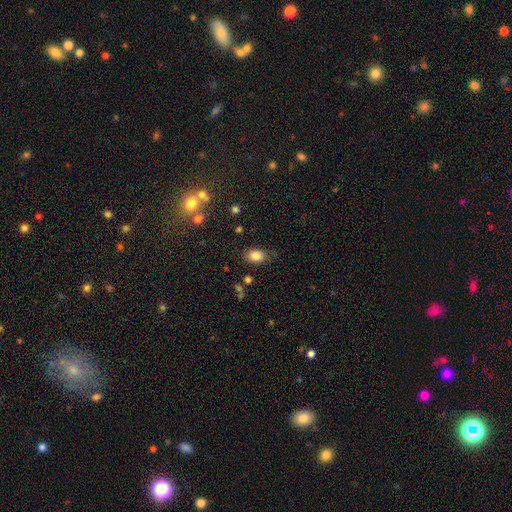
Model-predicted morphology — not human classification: A smooth galaxy with no disk features (83%) that is in between round and cigar-shaped (76%).

Vote fractions:
- Smooth or featured? smooth: 83% / star or artifact: 10% / featured or disk: 7%
- How rounded? in between: 76% / round: 23% / cigar-shaped: 1%
- Merging? none: 75% / minor disturbance: 17% / major disturbance: 5% / merger: 3%